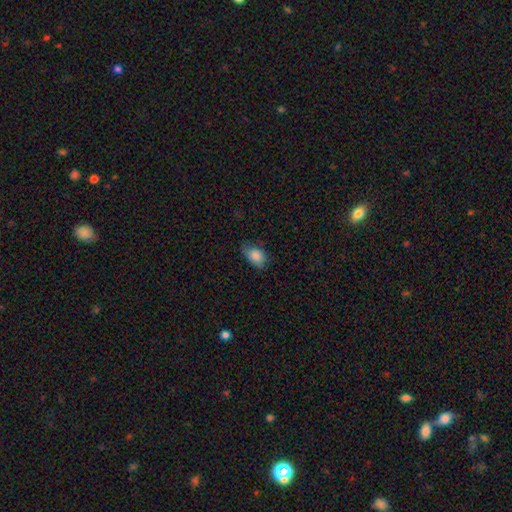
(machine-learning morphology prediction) smooth 85%, star or artifact 8%, featured or disk 7%. Down the decision tree: how rounded — in between (81%); merging — none (60%).